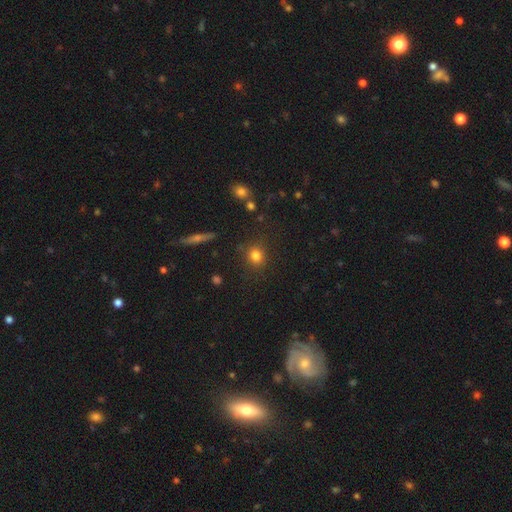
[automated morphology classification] Smooth or featured?
  - smooth: 80% *
  - star or artifact: 13%
  - featured or disk: 7%
How rounded?
  - round: 81% *
  - in between: 17%
  - cigar-shaped: 2%
Merging?
  - none: 84% *
  - minor disturbance: 10%
  - major disturbance: 3%
  - merger: 3%